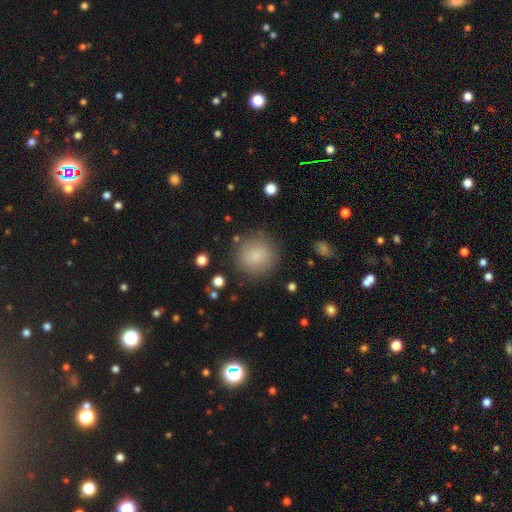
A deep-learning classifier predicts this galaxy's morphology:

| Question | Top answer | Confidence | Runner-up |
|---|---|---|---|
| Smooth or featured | smooth | 82% | star or artifact (10%) |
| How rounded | round | 93% | in between (6%) |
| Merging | none | 86% | minor disturbance (9%) |